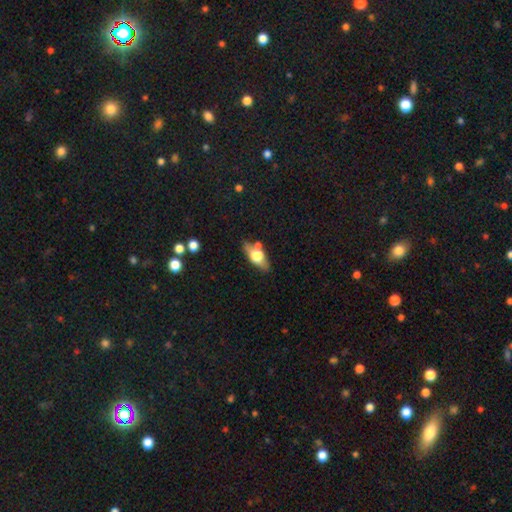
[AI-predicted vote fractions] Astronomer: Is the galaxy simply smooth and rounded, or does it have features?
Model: smooth — 53% (runner-up: featured or disk, 40%).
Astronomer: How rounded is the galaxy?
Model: in between — 76%.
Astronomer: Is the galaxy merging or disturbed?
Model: none — 68%.